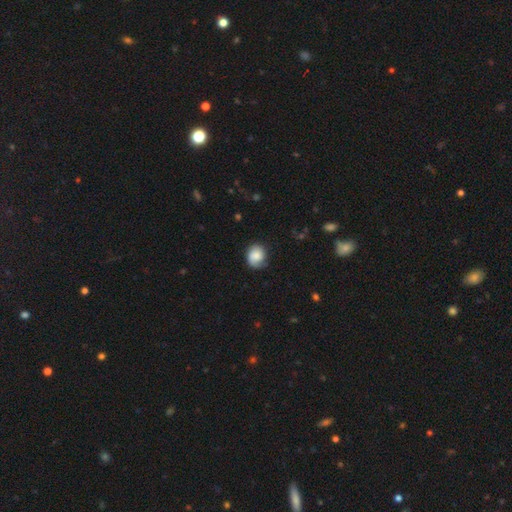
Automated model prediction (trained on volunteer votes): A smooth galaxy with no disk features (63%) that is round (71%). Merging: none (67%).